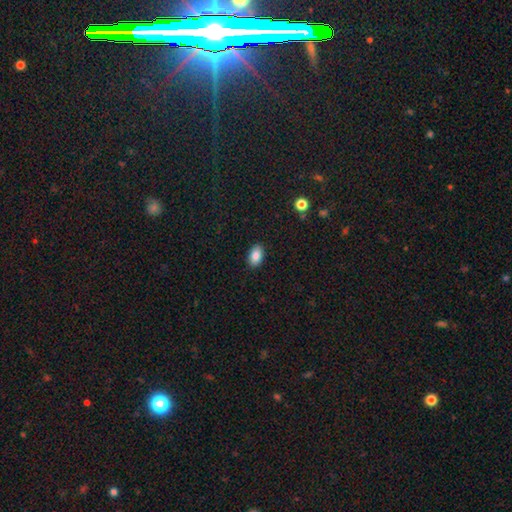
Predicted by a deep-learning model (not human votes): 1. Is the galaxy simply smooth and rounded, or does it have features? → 86% smooth, 8% star or artifact, 6% featured or disk.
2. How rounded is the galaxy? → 91% in between, 7% round, 1% cigar-shaped.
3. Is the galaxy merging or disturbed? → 90% none, 8% minor disturbance, 2% major disturbance, 1% merger.